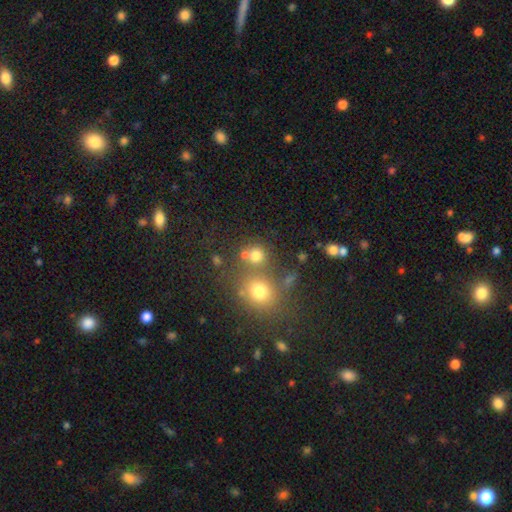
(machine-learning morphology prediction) A smooth galaxy with no disk features (74%) that is round (84%).

Vote fractions:
- Smooth or featured? smooth: 74% / star or artifact: 17% / featured or disk: 9%
- How rounded? round: 84% / in between: 14% / cigar-shaped: 1%
- Merging? none: 58% / merger: 28% / minor disturbance: 9% / major disturbance: 5%